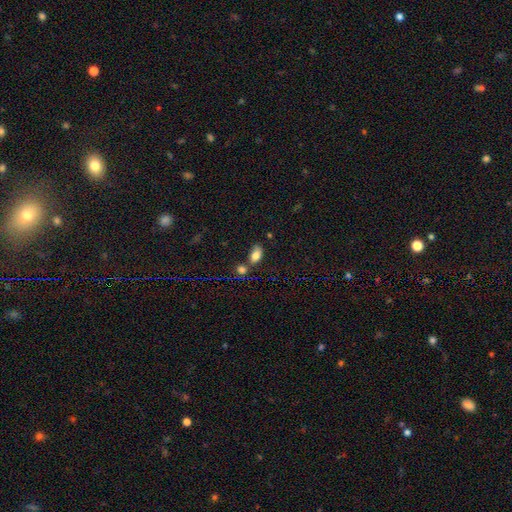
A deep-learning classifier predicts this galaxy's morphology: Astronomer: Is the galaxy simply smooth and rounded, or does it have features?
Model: smooth — 80%.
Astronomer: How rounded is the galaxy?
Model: in between — 87%.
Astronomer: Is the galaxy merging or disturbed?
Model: none — 48% (runner-up: merger, 26%).